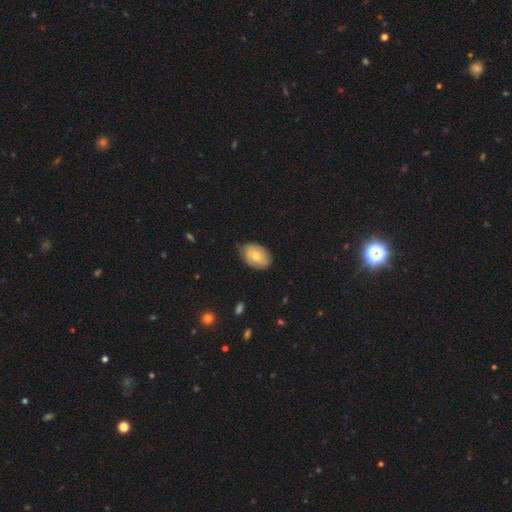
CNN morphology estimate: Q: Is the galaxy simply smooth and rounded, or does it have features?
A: smooth — 69%.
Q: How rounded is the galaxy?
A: in between — 81%.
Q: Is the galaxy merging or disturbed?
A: none — 71%.